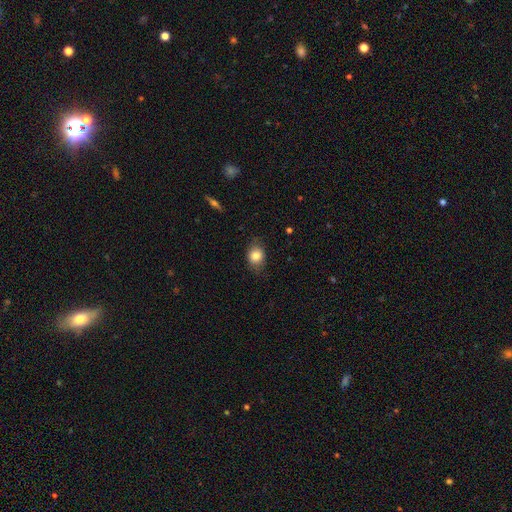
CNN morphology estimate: Overall: smooth (83%). How rounded: in between (54%; round 45%). Merging: none (73%).